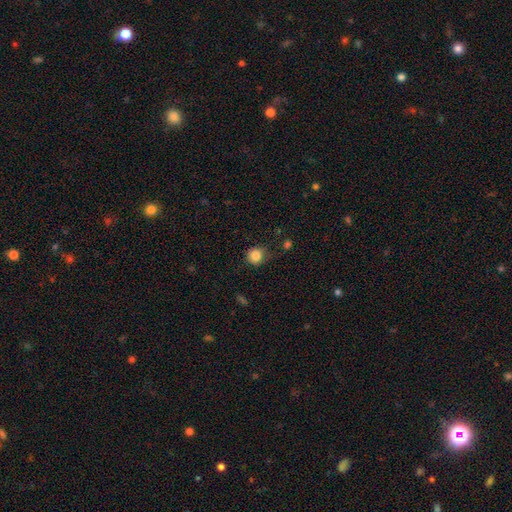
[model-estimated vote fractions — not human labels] Smooth or featured?
  - smooth: 84% *
  - star or artifact: 11%
  - featured or disk: 5%
How rounded?
  - round: 91% *
  - in between: 8%
  - cigar-shaped: 1%
Merging?
  - none: 76% *
  - minor disturbance: 18%
  - major disturbance: 5%
  - merger: 2%